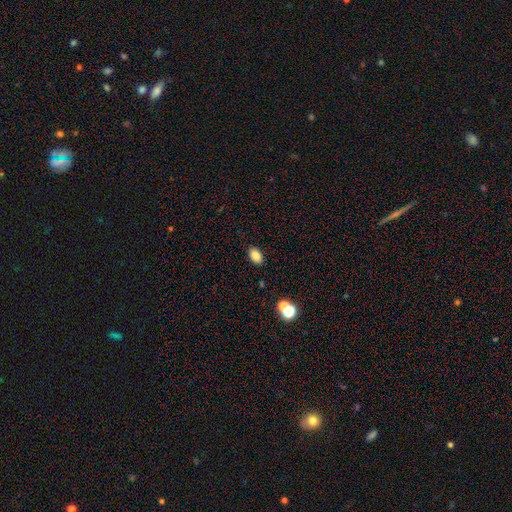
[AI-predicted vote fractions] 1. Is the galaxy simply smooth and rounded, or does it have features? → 84% smooth, 10% star or artifact, 6% featured or disk.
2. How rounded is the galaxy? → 90% in between, 9% round, 2% cigar-shaped.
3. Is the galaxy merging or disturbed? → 86% none, 9% minor disturbance, 2% major disturbance, 2% merger.